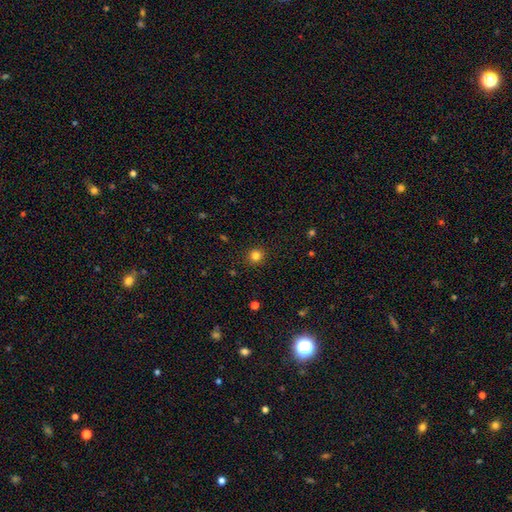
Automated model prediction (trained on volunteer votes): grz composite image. It shows a smooth galaxy with no disk features (82%) that is round (91%). Merging: none (91%).